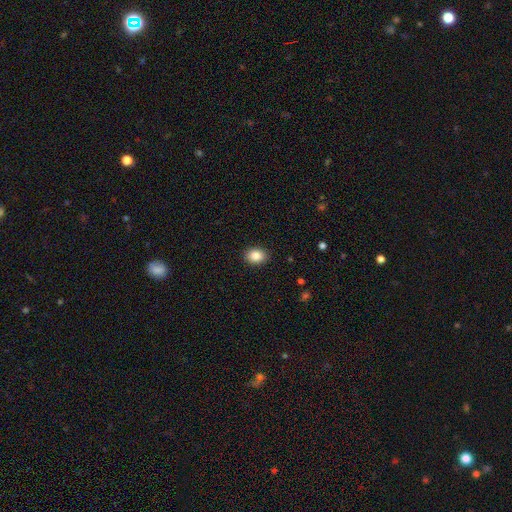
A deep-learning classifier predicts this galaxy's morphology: type=smooth (86%); roundness=in between (62%); merging=none (90%).